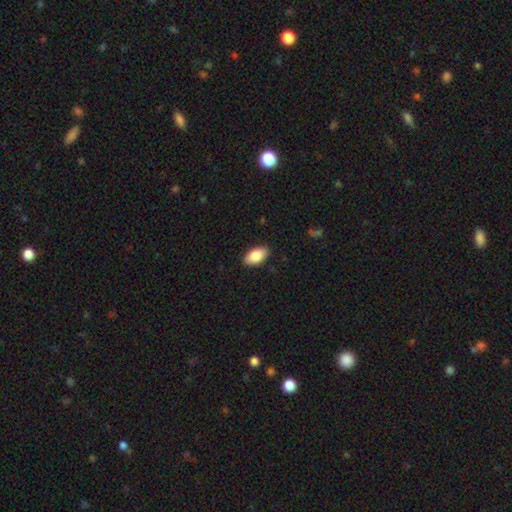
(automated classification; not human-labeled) A smooth galaxy with no disk features (86%) that is in between round and cigar-shaped (94%). Merging: none (89%).